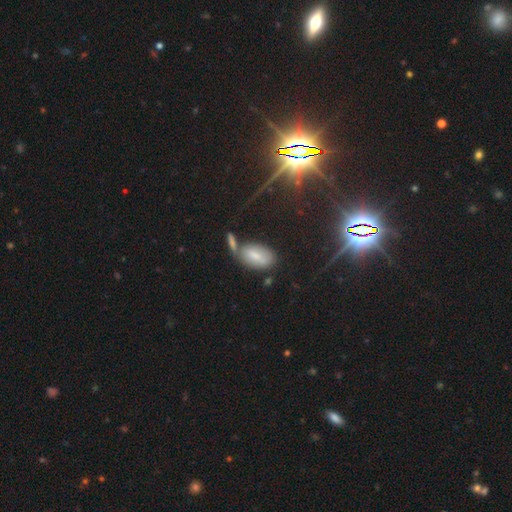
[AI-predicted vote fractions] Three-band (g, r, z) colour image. It shows a smooth galaxy with no disk features (71%) that is in between round and cigar-shaped (93%). Merging: none (53%).